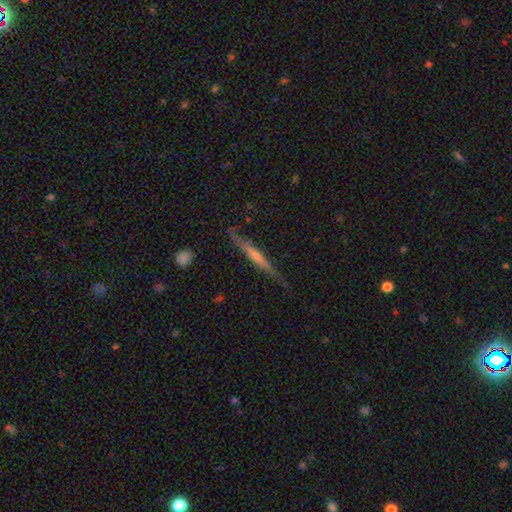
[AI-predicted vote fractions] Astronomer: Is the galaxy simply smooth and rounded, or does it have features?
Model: featured or disk — 61%.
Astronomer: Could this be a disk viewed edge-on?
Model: yes — 96%.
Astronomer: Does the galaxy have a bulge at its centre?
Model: none — 55% (runner-up: rounded, 34%).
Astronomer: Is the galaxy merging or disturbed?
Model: none — 81%.